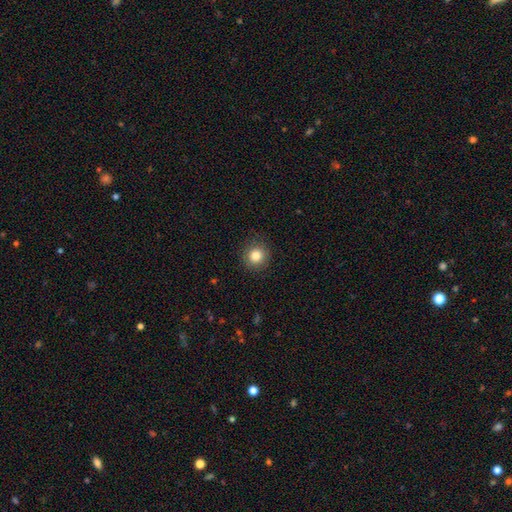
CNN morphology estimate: smooth_or_featured: smooth (p=0.84) [alt: star or artifact p=0.10]
how_rounded: round (p=0.92) [alt: in between p=0.07]
merging: none (p=0.89) [alt: minor disturbance p=0.08]